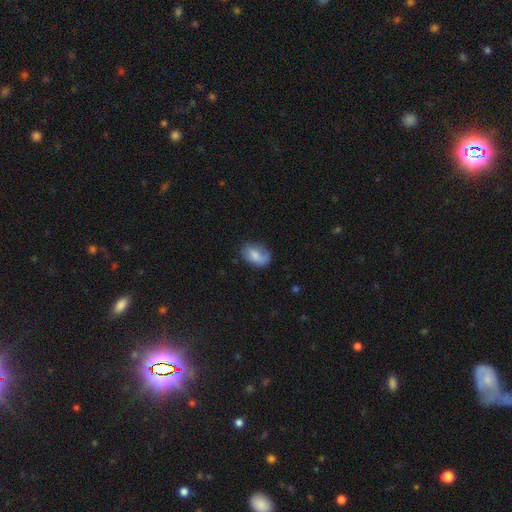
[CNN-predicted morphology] The model was most divided on "merging": none: 59%, minor disturbance: 27%, major disturbance: 12%, merger: 2%. More confident: how rounded — in between (86%); smooth or featured — smooth (70%).